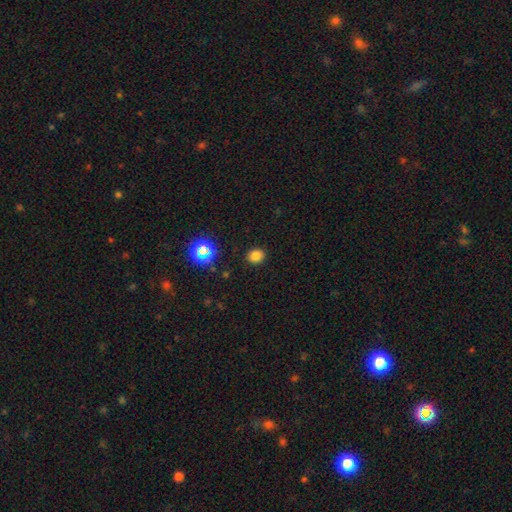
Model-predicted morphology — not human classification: Smooth or featured? smooth (78%)
How rounded? round (62%)
Merging? none (89%)